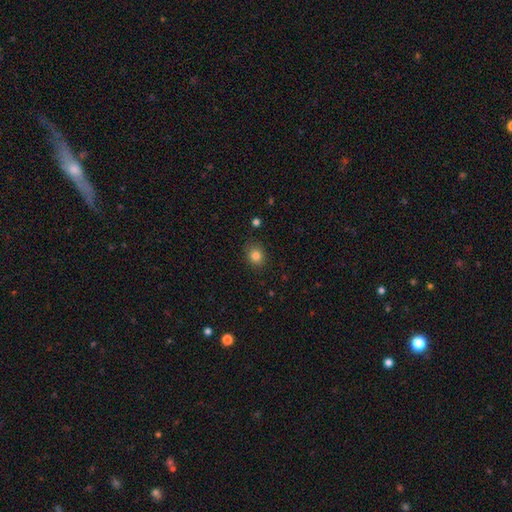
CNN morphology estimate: Q: Smooth or featured?
A: smooth (83%); runner-up: star or artifact (12%)
Q: How rounded?
A: round (69%); runner-up: in between (30%)
Q: Merging?
A: none (84%); runner-up: minor disturbance (12%)